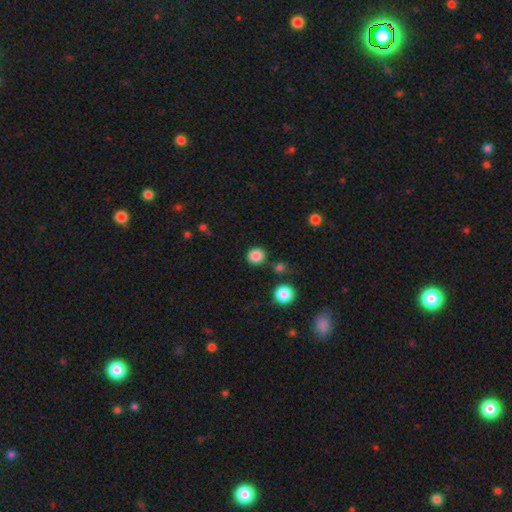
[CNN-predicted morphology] smooth 86%, star or artifact 11%, featured or disk 3%. Down the decision tree: how rounded — round (86%); merging — none (85%).